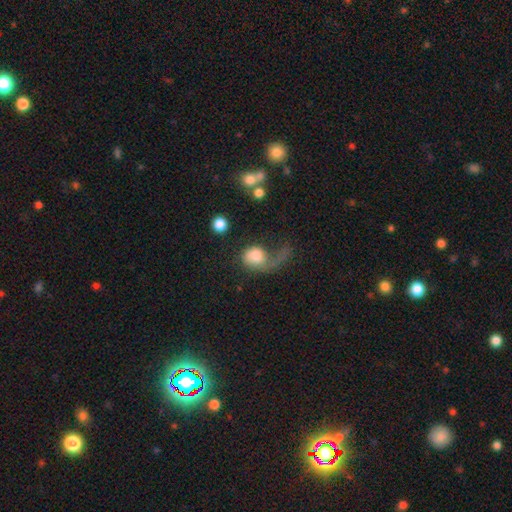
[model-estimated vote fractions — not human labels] smooth_or_featured: smooth (p=0.56) [alt: featured or disk p=0.35]
how_rounded: round (p=0.56) [alt: in between p=0.42]
merging: major disturbance (p=0.61) [alt: none p=0.18]